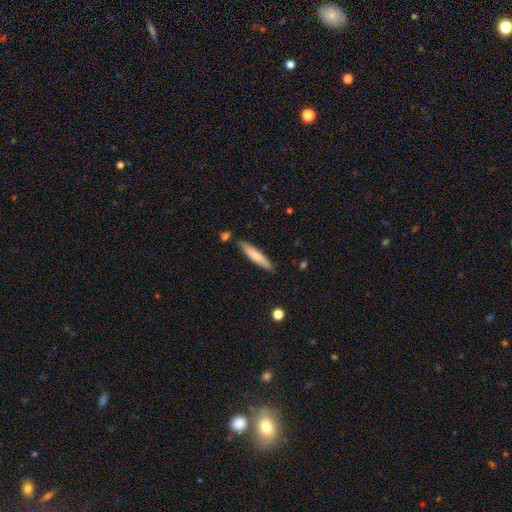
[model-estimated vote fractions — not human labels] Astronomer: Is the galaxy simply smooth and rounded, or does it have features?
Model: smooth — 74%.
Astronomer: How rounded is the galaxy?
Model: cigar-shaped — 88%.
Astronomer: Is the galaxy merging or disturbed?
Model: none — 83%.